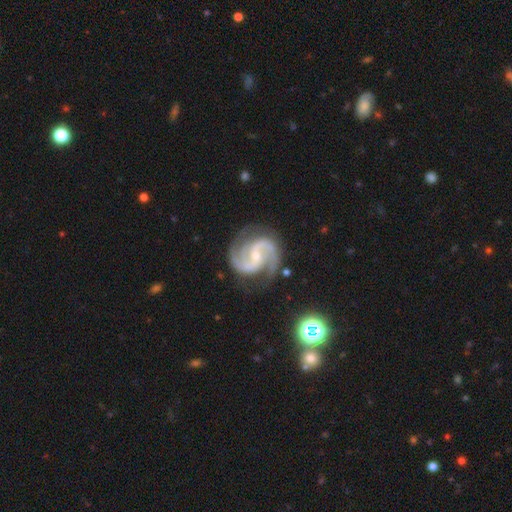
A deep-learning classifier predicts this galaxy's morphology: Smooth or featured? featured or disk (93%)
Edge-on disk? no (98%)
Bar? no (41%)
Spiral arms? yes (99%)
Spiral winding? medium (62%)
Spiral arm count? 2 (78%)
Bulge size? small (68%)
Merging? none (77%)